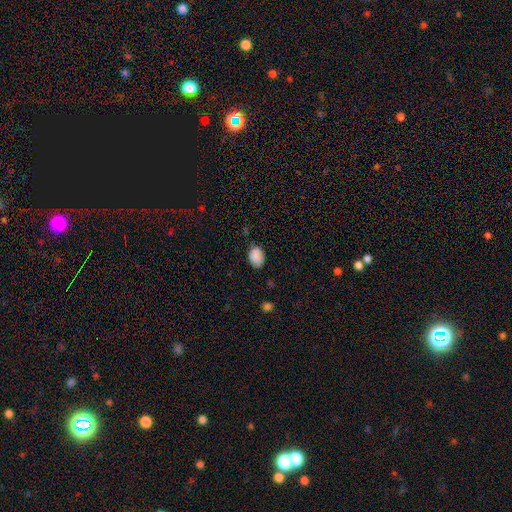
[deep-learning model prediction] Smooth or featured? smooth (89%)
How rounded? in between (78%)
Merging? none (73%)